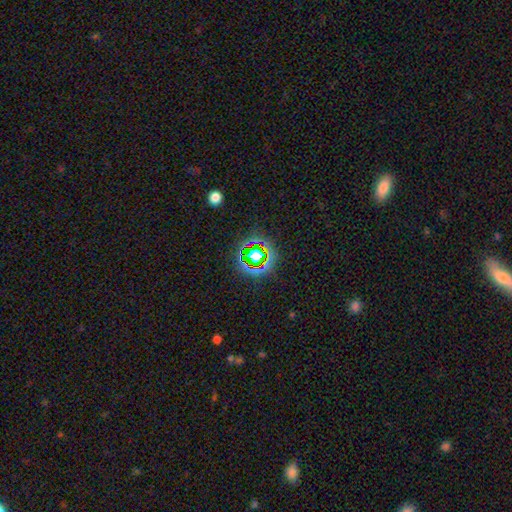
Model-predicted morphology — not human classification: Smooth or featured: star or artifact — 67% (smooth — 22%)